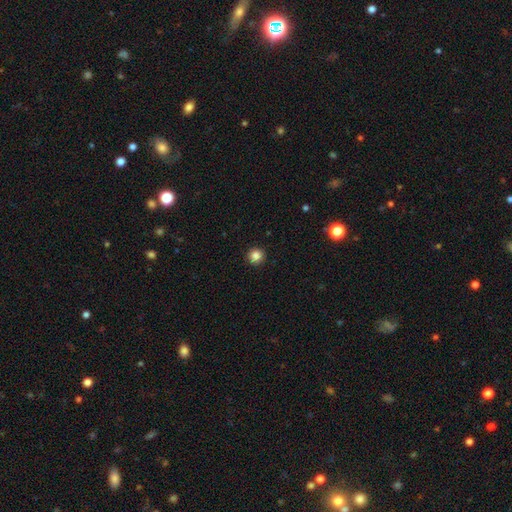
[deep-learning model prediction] smooth-or-featured: smooth: 85% | star or artifact: 11% | featured or disk: 4%
  how-rounded: round: 95% | in between: 4% | cigar-shaped: 1%
  merging: none: 93% | minor disturbance: 5% | major disturbance: 2% | merger: 1%